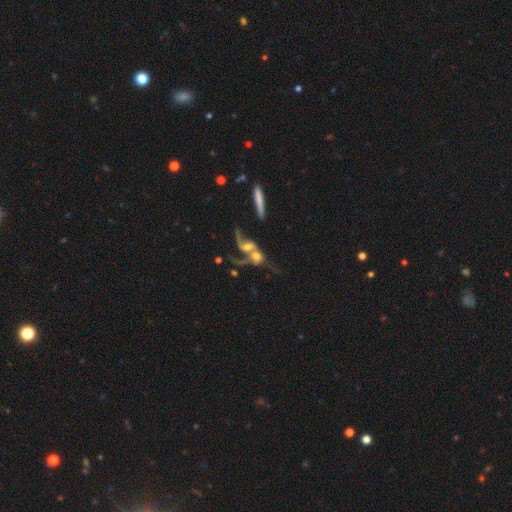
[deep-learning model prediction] smooth-or-featured: featured or disk: 67% | smooth: 19% | star or artifact: 15%
  disk-edge-on: no: 86% | yes: 14%
    bar: no: 69% | weak: 23% | strong: 8%
    has-spiral-arms: yes: 75% | no: 25%
    bulge-size: moderate: 46% | small: 29% | none: 12% | large: 10% | dominant: 3%
  merging: merger: 55% | none: 22% | major disturbance: 14% | minor disturbance: 8%